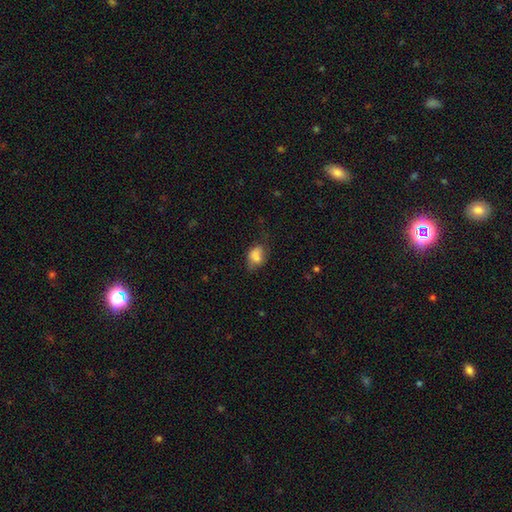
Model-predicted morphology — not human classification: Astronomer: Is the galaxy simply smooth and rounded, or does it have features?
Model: smooth — 77%.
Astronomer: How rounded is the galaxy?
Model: in between — 76%.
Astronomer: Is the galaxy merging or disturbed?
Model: none — 45% (runner-up: minor disturbance, 34%).